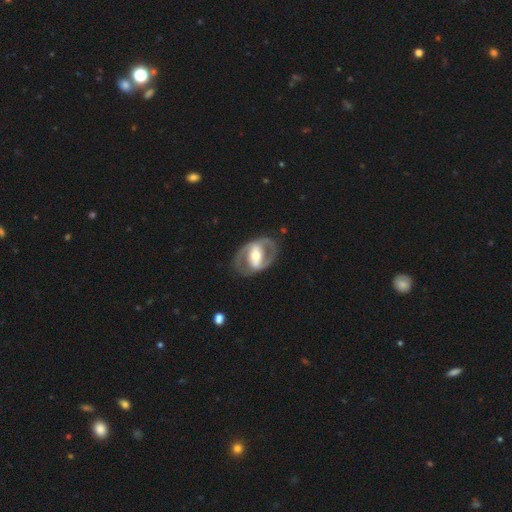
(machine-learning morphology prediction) Smooth or featured?
  - featured or disk: 78% *
  - smooth: 17%
  - star or artifact: 4%
Edge-on disk?
  - no: 94% *
  - yes: 6%
Bar?
  - strong: 57% *
  - weak: 26%
  - no: 17%
Spiral arms?
  - yes: 60% *
  - no: 40%
Bulge size?
  - moderate: 65% *
  - small: 19%
  - large: 14%
  - dominant: 1%
  - none: 1%
Merging?
  - none: 77% *
  - minor disturbance: 13%
  - major disturbance: 8%
  - merger: 1%